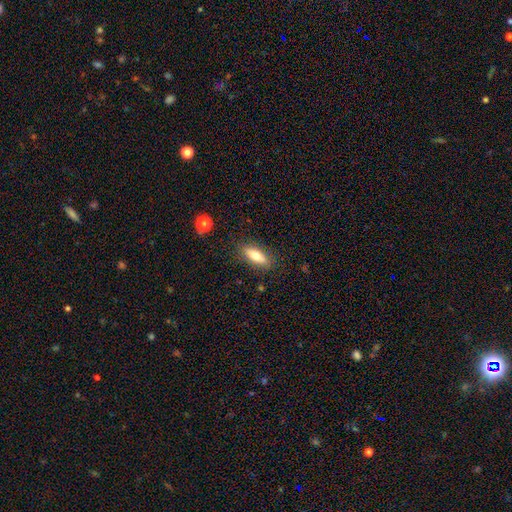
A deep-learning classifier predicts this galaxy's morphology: Q: Smooth or featured?
A: smooth (65%); runner-up: featured or disk (28%)
Q: How rounded?
A: in between (59%); runner-up: cigar-shaped (38%)
Q: Merging?
A: none (85%); runner-up: minor disturbance (10%)